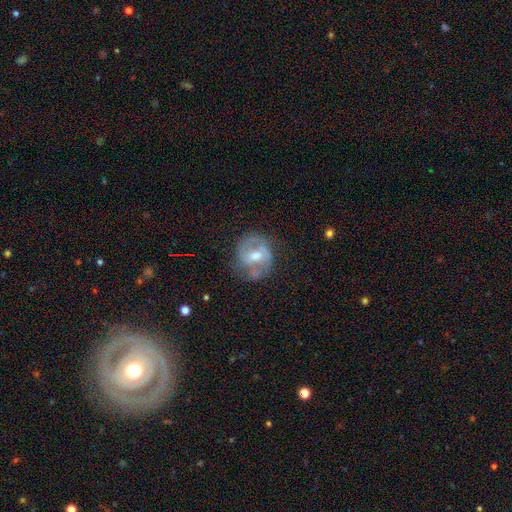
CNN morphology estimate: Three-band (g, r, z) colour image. It shows a featured or disk galaxy (72%) with a weak bar (52%), 2 (73%) medium (48%) spiral arms (83%) and a moderate central bulge (66%). Merging: none (63%).